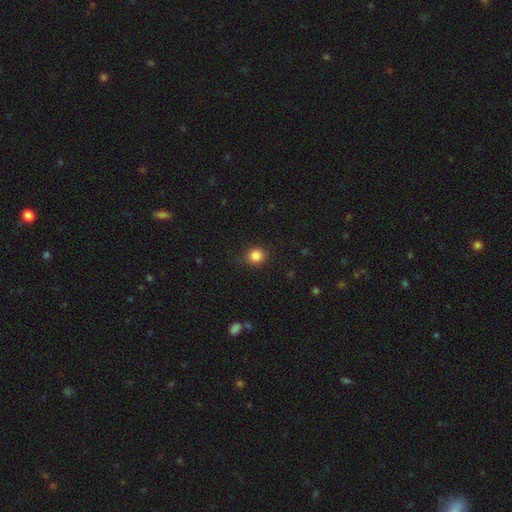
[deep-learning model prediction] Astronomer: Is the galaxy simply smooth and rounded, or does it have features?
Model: smooth — 84%.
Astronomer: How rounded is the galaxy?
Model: round — 89%.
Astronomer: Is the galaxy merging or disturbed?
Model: none — 87%.